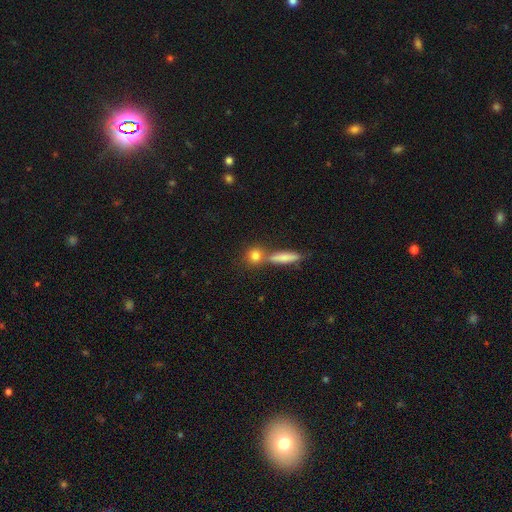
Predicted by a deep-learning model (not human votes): Smooth or featured? Predicted: smooth (p=0.79). How rounded? Predicted: round (p=0.65). Merging? Predicted: none (p=0.59).